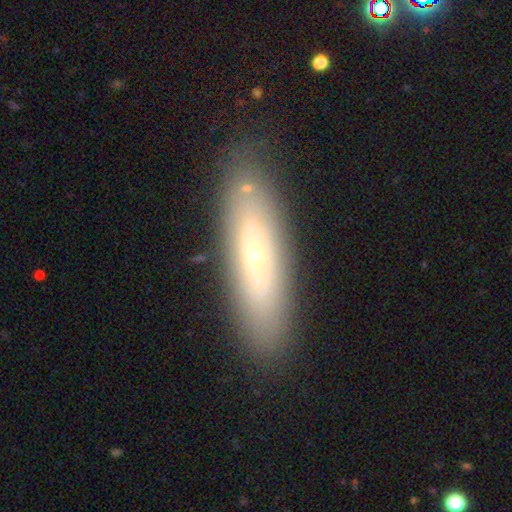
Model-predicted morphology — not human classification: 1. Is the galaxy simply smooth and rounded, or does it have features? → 46% smooth (tied), 46% featured or disk (tied), 9% star or artifact.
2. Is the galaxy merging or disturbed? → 83% none, 11% minor disturbance, 4% major disturbance, 3% merger.